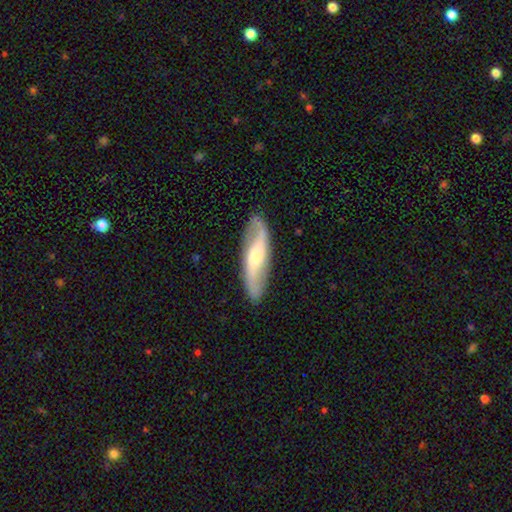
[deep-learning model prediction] This appears to be a featured or disk galaxy (71%) with a weak bar (40%), 2 (91%) loose (67%) spiral arms (92%) and a moderate central bulge (54%). Merging: none (86%).